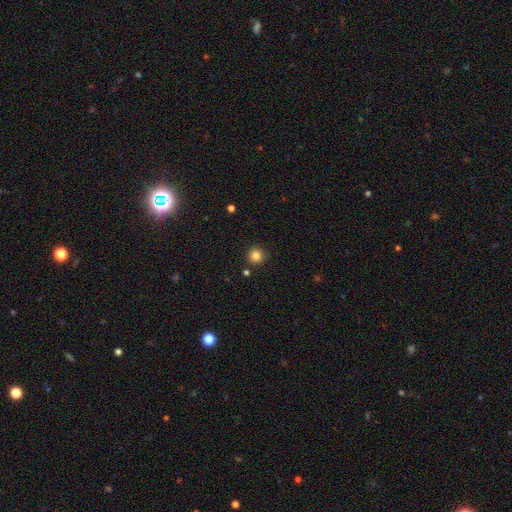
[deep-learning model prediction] This appears to be a smooth galaxy with no disk features (84%) that is round (94%). Merging: none (90%).